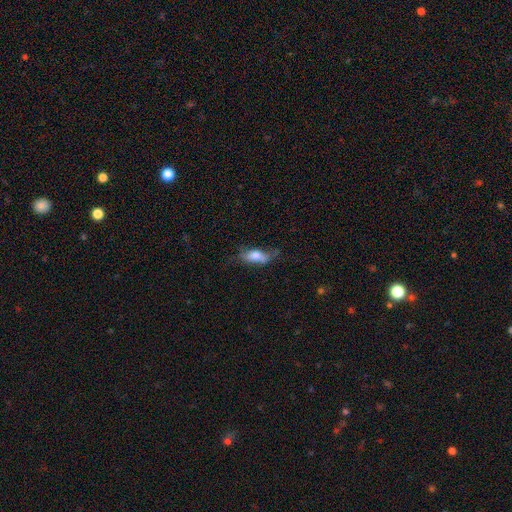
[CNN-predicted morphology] smooth_or_featured: smooth (p=0.67) [alt: featured or disk p=0.25]
how_rounded: in between (p=0.77) [alt: cigar-shaped p=0.19]
merging: none (p=0.37) [alt: minor disturbance p=0.32]